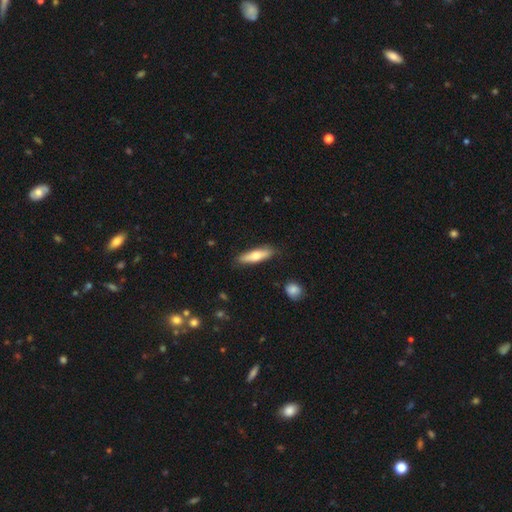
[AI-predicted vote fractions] Overall: smooth (63%; featured or disk 32%). How rounded: cigar-shaped (69%; in between 29%). Merging: none (85%).